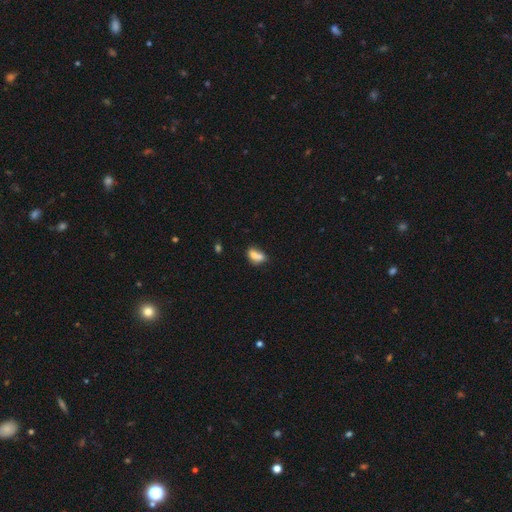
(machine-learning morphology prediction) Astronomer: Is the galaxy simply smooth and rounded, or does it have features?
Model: smooth — 72%.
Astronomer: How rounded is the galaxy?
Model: in between — 76%.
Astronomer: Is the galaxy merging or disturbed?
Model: merger — 55%.